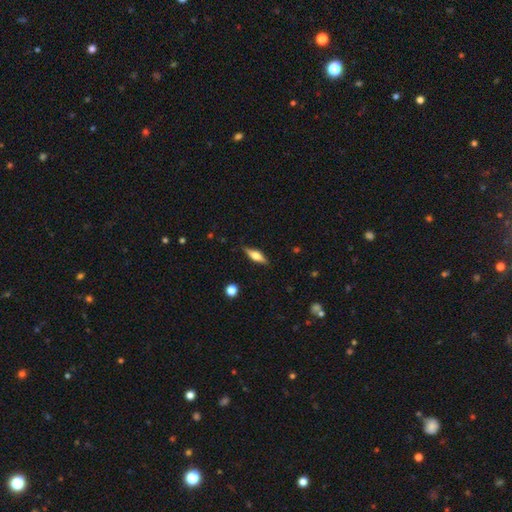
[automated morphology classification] Overall: featured or disk (47%, tied with smooth). Merging: none (85%).